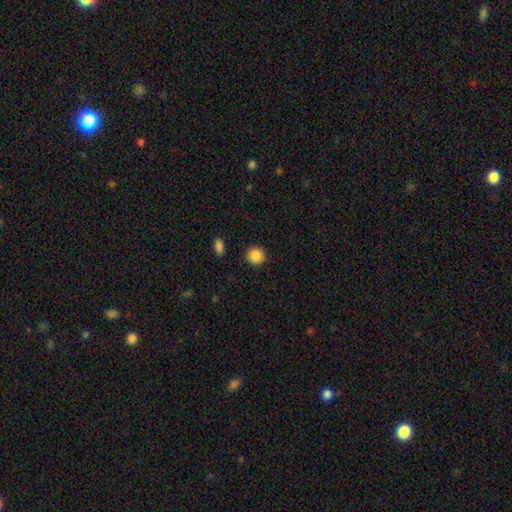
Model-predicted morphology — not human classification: smooth-or-featured: smooth: 87% | star or artifact: 9% | featured or disk: 4%
  how-rounded: round: 90% | in between: 9% | cigar-shaped: 1%
  merging: none: 90% | minor disturbance: 7% | major disturbance: 2% | merger: 2%